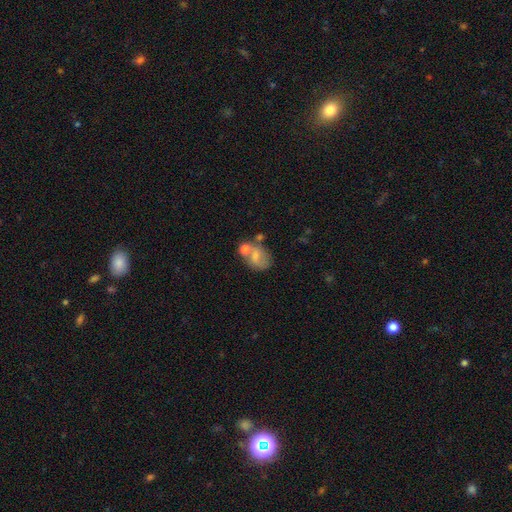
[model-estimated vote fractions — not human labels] Overall: smooth (62%; featured or disk 27%). How rounded: in between (54%; round 45%). Merging: merger (36%; none 35%).